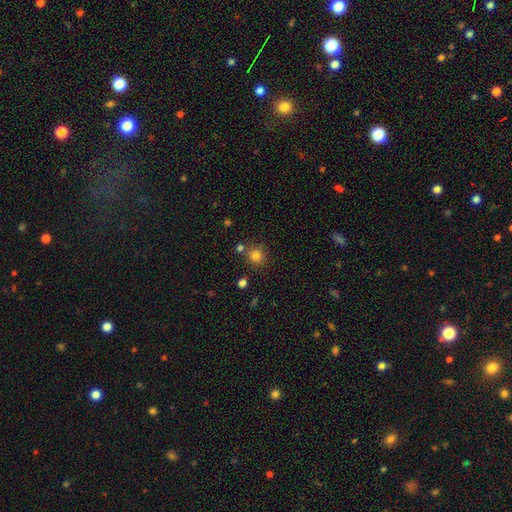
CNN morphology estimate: Smooth or featured?
  - smooth: 81% *
  - star or artifact: 14%
  - featured or disk: 6%
How rounded?
  - round: 91% *
  - in between: 8%
  - cigar-shaped: 1%
Merging?
  - none: 78% *
  - merger: 11%
  - minor disturbance: 8%
  - major disturbance: 3%